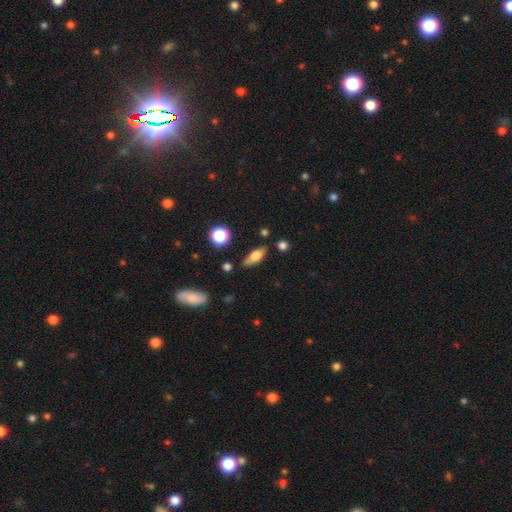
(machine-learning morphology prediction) smooth 62%, featured or disk 29%, star or artifact 9%. Down the decision tree: how rounded — in between (65%); merging — none (74%).